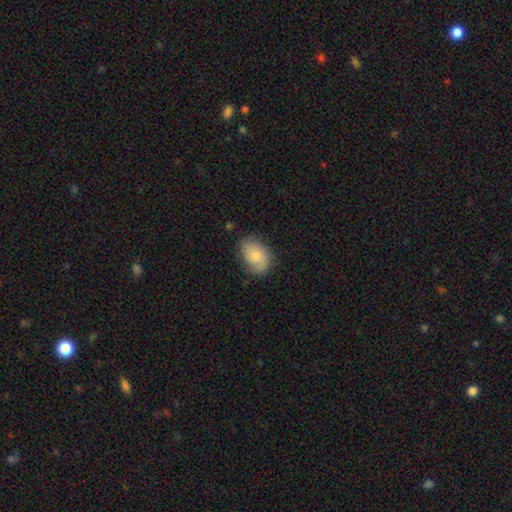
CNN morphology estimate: Smooth or featured: smooth — 64% (featured or disk — 28%)
How rounded: in between — 78% (round — 21%)
Merging: none — 66% (minor disturbance — 24%)